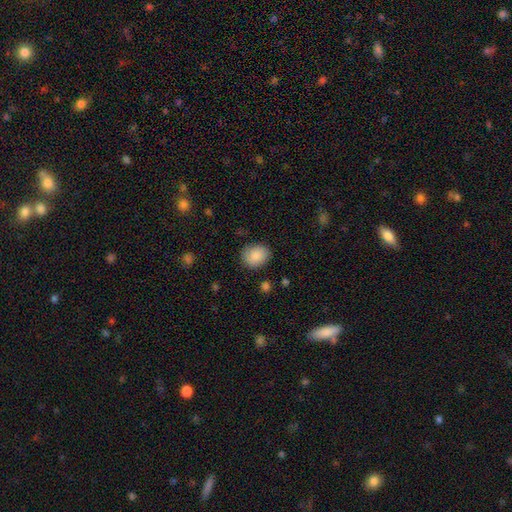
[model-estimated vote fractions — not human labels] A smooth galaxy with no disk features (87%) that is round (55%). Merging: none (83%).